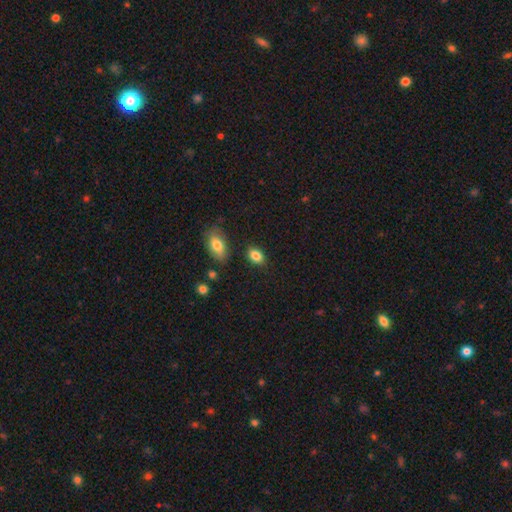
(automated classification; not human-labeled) smooth-or-featured: smooth: 85% | star or artifact: 9% | featured or disk: 6%
  how-rounded: in between: 80% | round: 18% | cigar-shaped: 2%
  merging: none: 84% | minor disturbance: 10% | merger: 3% | major disturbance: 3%